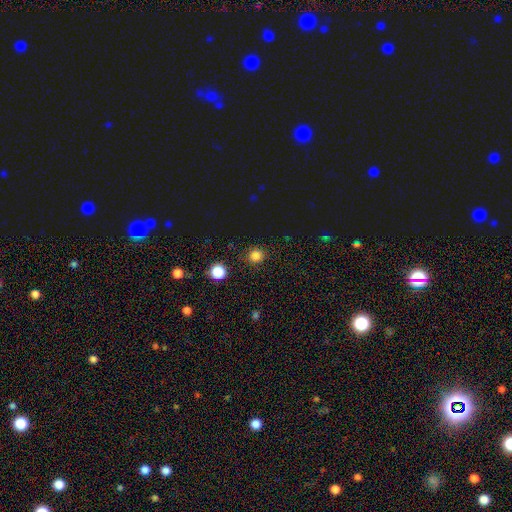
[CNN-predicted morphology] A smooth galaxy with no disk features (81%) that is round (89%).

Vote fractions:
- Smooth or featured? smooth: 81% / star or artifact: 16% / featured or disk: 4%
- How rounded? round: 89% / in between: 10% / cigar-shaped: 1%
- Merging? none: 89% / minor disturbance: 7% / major disturbance: 2% / merger: 2%